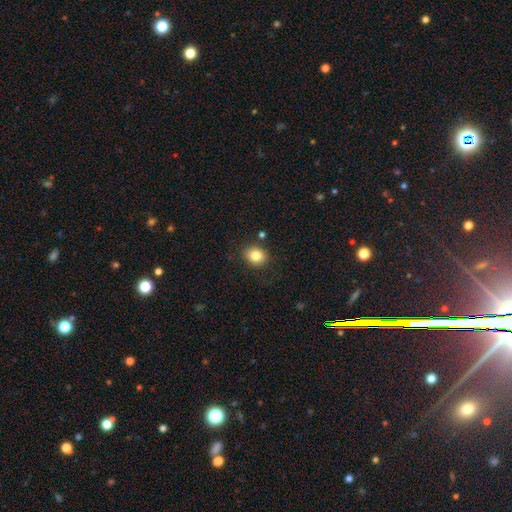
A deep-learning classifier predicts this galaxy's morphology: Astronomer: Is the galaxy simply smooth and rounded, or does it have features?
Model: smooth — 82%.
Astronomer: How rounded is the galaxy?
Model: round — 65%.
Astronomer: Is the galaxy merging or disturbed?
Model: none — 84%.